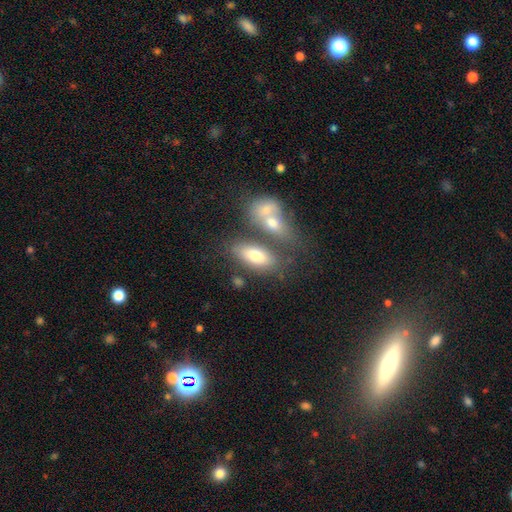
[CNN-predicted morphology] Smooth or featured? smooth (72%)
How rounded? in between (84%)
Merging? none (45%)